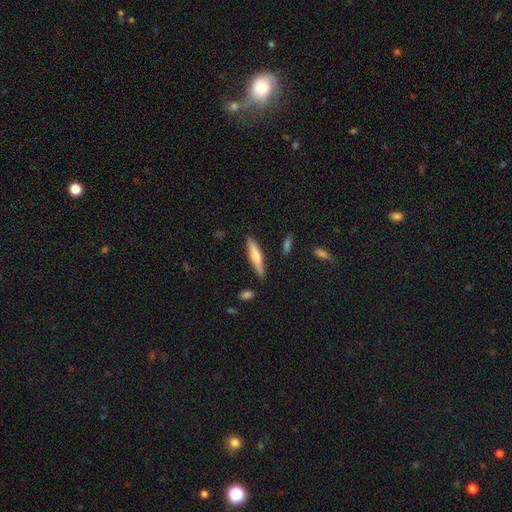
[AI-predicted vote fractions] Overall: smooth (63%; featured or disk 32%). How rounded: cigar-shaped (83%). Merging: none (85%).